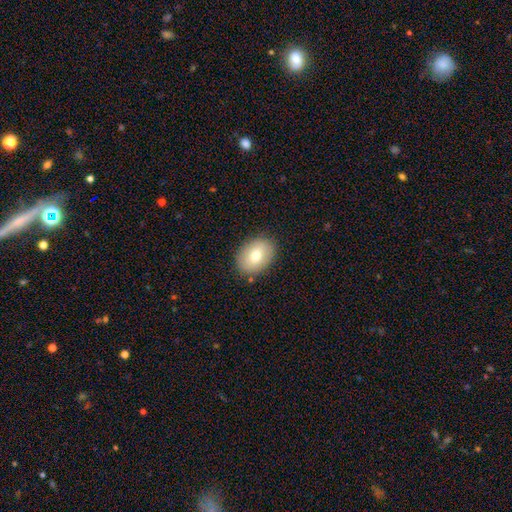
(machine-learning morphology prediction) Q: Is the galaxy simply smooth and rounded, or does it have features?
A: smooth — 74%.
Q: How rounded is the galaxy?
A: in between — 71%.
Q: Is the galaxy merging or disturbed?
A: none — 87%.